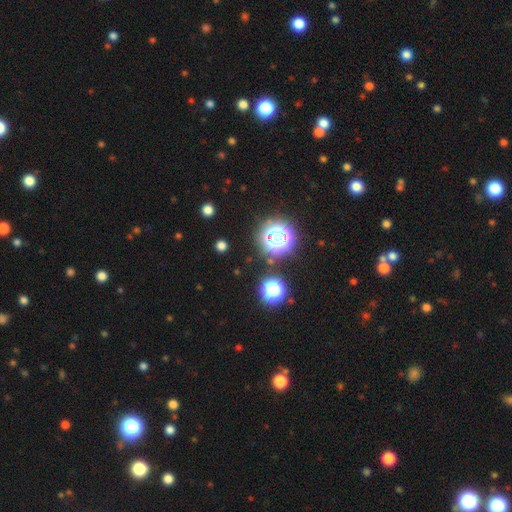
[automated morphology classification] A star or artifact, not a galaxy (74%).